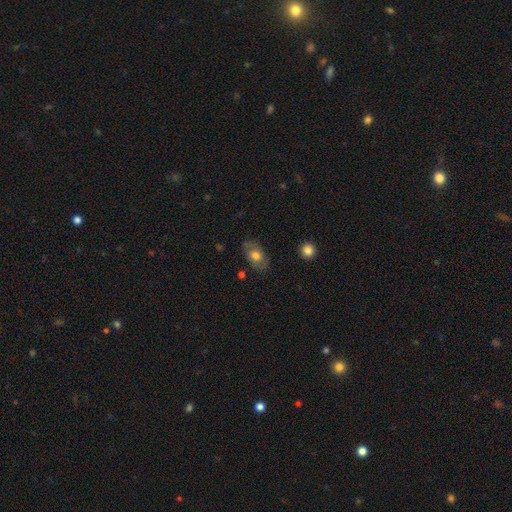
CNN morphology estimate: Smooth or featured?
  - smooth: 62% *
  - featured or disk: 30%
  - star or artifact: 8%
How rounded?
  - in between: 84% *
  - round: 15%
  - cigar-shaped: 2%
Merging?
  - none: 76% *
  - minor disturbance: 18%
  - major disturbance: 5%
  - merger: 2%